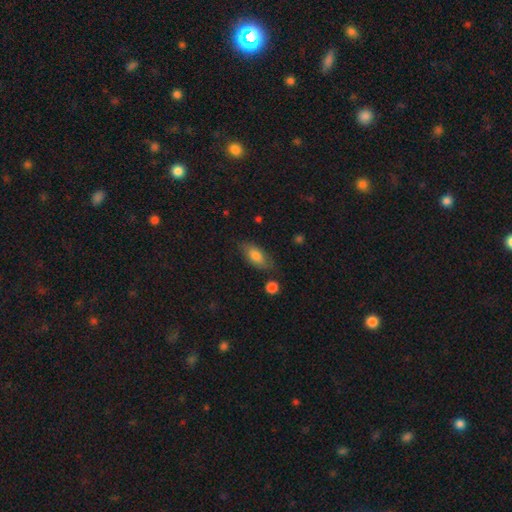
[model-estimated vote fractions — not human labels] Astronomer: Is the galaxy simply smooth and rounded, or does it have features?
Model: smooth — 77%.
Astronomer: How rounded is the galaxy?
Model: in between — 85%.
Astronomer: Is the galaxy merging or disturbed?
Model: none — 73%.